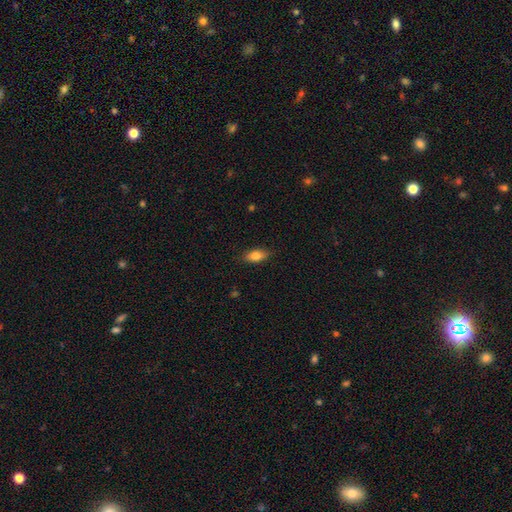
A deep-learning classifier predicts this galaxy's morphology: smooth_or_featured: smooth (p=0.79) [alt: featured or disk p=0.14]
how_rounded: in between (p=0.85) [alt: cigar-shaped p=0.10]
merging: none (p=0.84) [alt: minor disturbance p=0.12]